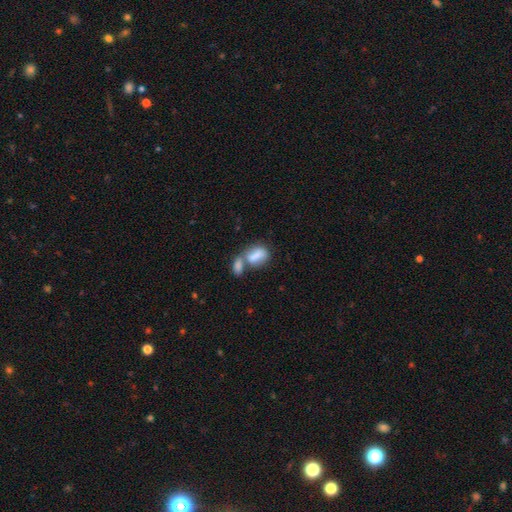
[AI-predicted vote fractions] A smooth galaxy with no disk features (77%) that is in between round and cigar-shaped (84%). Merging: merger (64%).